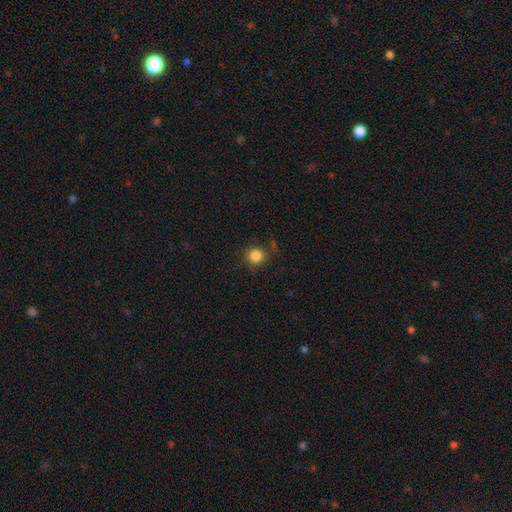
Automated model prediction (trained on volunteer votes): Smooth or featured? smooth (84%)
How rounded? round (92%)
Merging? none (81%)